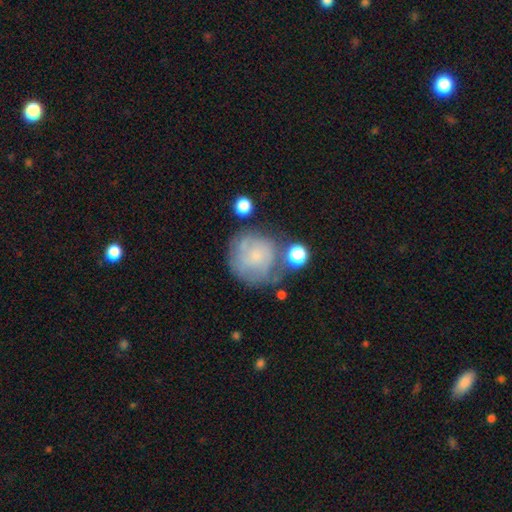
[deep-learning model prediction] This is possibly a smooth galaxy (48%). Merging: possibly none (54%).